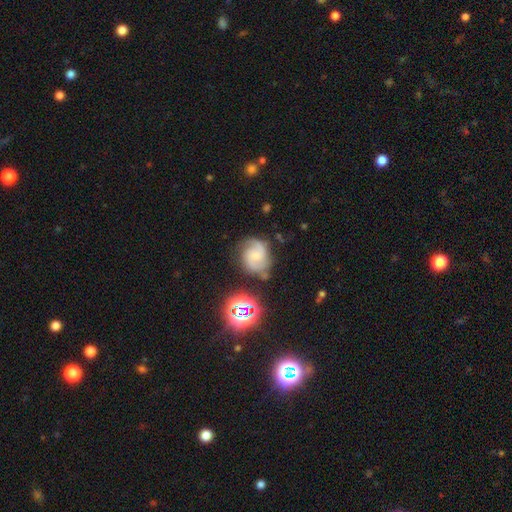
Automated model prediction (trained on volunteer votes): Overall: featured or disk (72%). Edge-on disk: no (98%). Bar: no (60%; weak 34%). Spiral arms: yes (95%). Spiral arm count: 2 (77%). Spiral winding: medium (51%; tight 30%). Bulge size: small (56%; moderate 30%). Merging: none (67%).